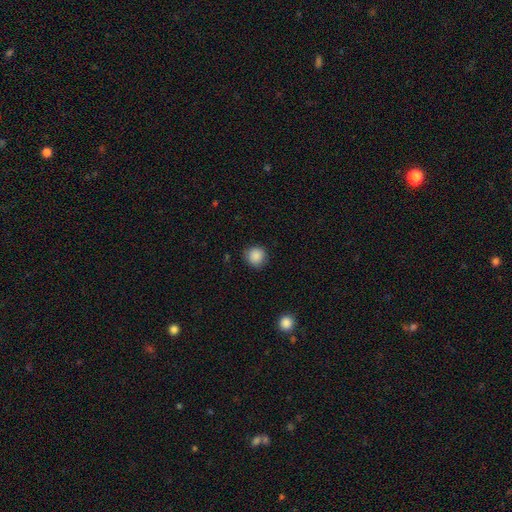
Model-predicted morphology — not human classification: A smooth galaxy with no disk features (88%) that is round (92%).

Vote fractions:
- Smooth or featured? smooth: 88% / star or artifact: 9% / featured or disk: 3%
- How rounded? round: 92% / in between: 7% / cigar-shaped: 1%
- Merging? none: 87% / minor disturbance: 10% / major disturbance: 2% / merger: 1%